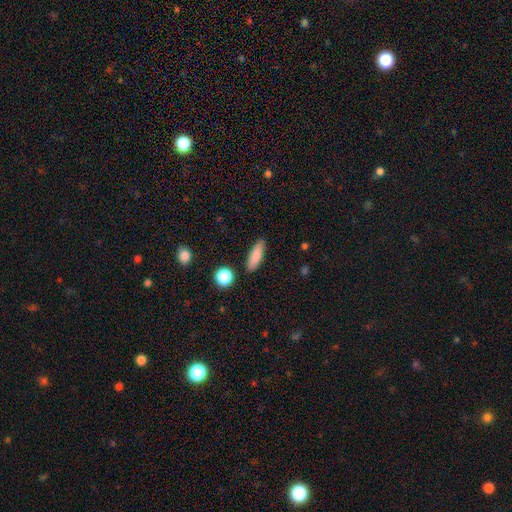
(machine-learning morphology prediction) type=smooth (84%); roundness=cigar-shaped (50%); merging=none (86%).